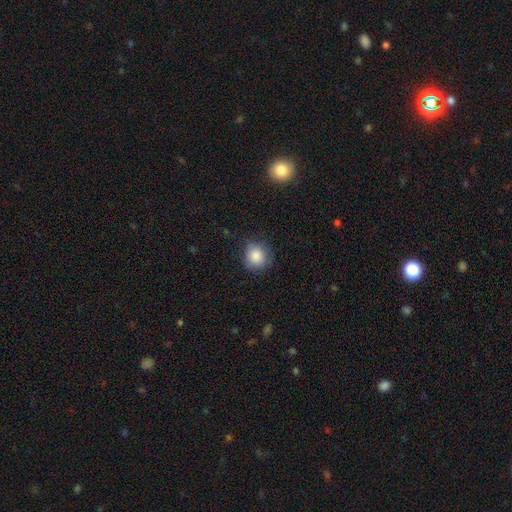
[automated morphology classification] This is clearly a smooth galaxy (86%). How rounded: clearly round (85%). Merging: likely none (79%).